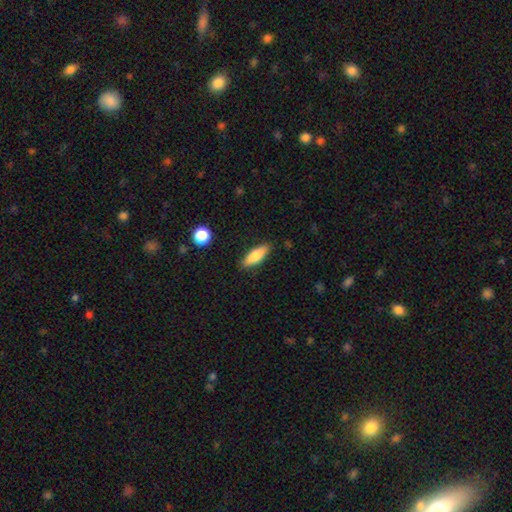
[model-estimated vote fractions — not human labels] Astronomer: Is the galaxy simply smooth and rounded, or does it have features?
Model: smooth — 77%.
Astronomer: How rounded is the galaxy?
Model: in between — 60% (runner-up: cigar-shaped, 38%).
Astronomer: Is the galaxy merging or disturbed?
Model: none — 87%.